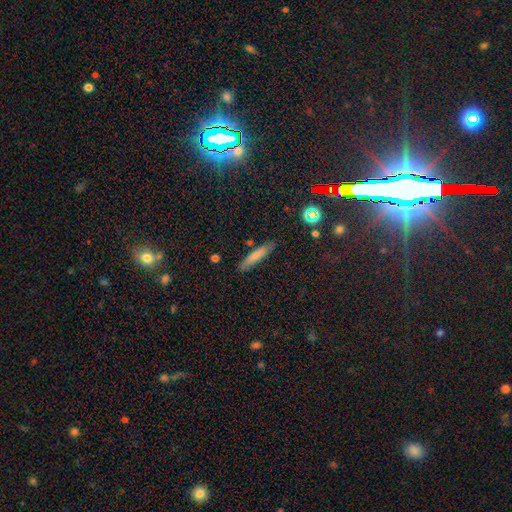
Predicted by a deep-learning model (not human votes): Morphology: type=smooth (72%); roundness=cigar-shaped (88%); merging=none (84%).